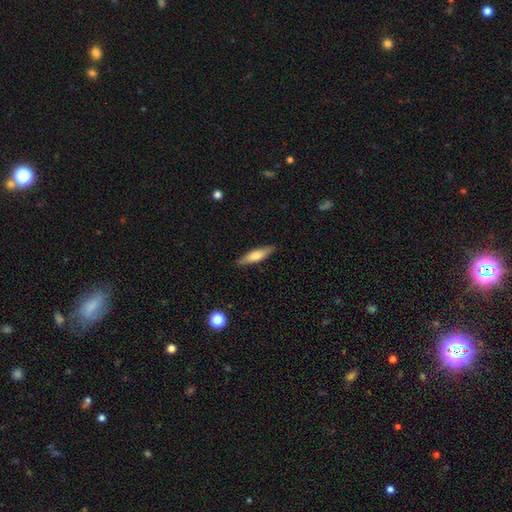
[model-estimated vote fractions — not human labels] smooth 65%, featured or disk 29%, star or artifact 6%. Down the decision tree: how rounded — cigar-shaped (73%); merging — none (87%).